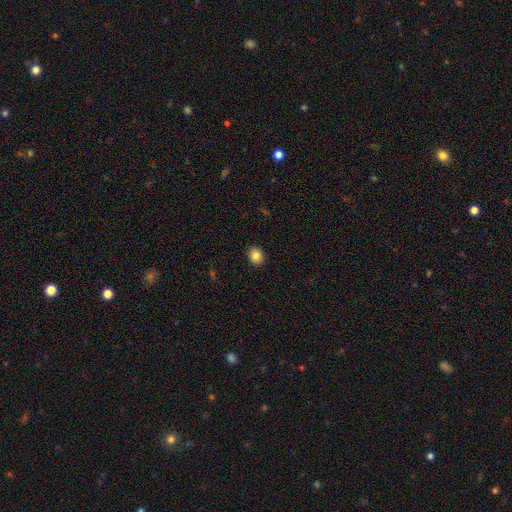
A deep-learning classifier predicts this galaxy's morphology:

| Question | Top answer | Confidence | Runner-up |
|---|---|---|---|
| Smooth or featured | smooth | 84% | star or artifact (10%) |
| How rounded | round | 71% | in between (28%) |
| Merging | none | 91% | minor disturbance (6%) |